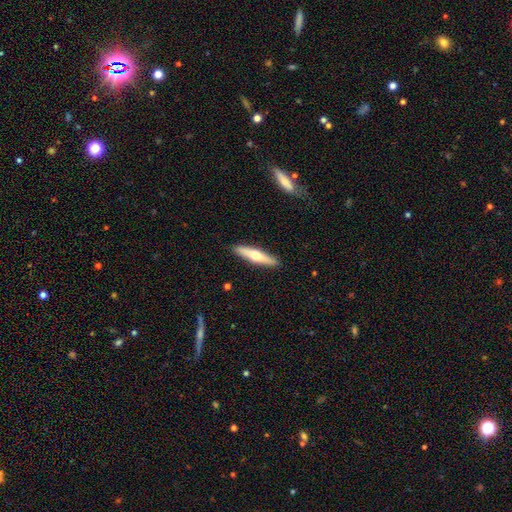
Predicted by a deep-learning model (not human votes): Q: Smooth or featured?
A: smooth (49%); runner-up: featured or disk (46%)
Q: Merging?
A: none (90%); runner-up: minor disturbance (7%)